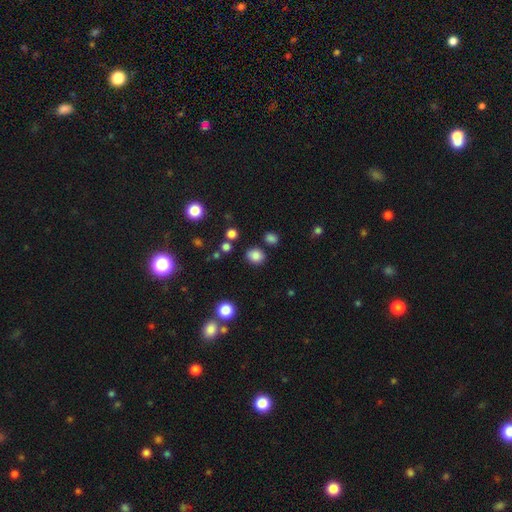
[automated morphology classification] smooth_or_featured: smooth (p=0.83) [alt: star or artifact p=0.12]
how_rounded: round (p=0.67) [alt: in between p=0.32]
merging: none (p=0.83) [alt: minor disturbance p=0.09]